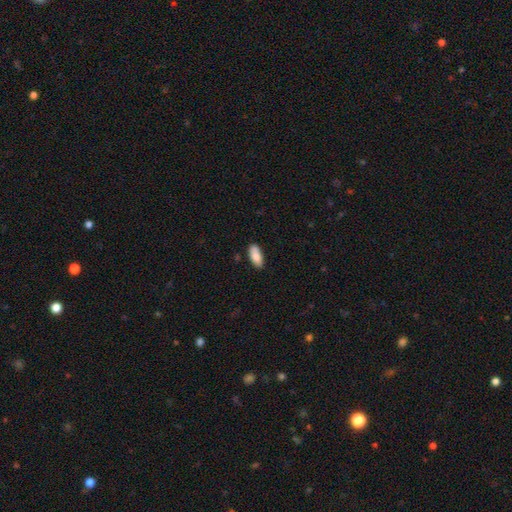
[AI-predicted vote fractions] Smooth or featured: smooth — 86% (featured or disk — 7%)
How rounded: in between — 86% (cigar-shaped — 12%)
Merging: none — 83% (minor disturbance — 13%)